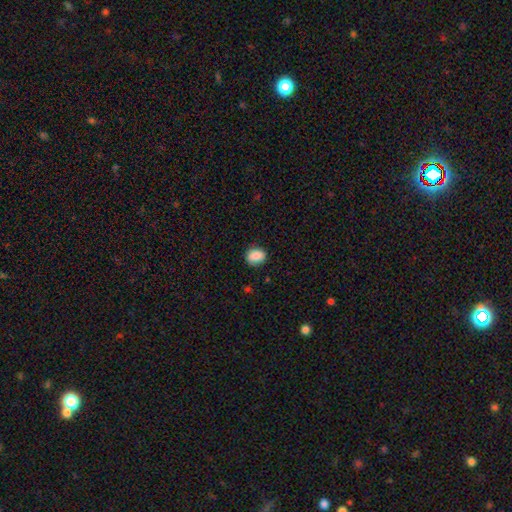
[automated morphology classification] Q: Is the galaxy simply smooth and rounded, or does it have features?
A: smooth — 86%.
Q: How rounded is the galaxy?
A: round — 58%.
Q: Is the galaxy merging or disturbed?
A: none — 85%.